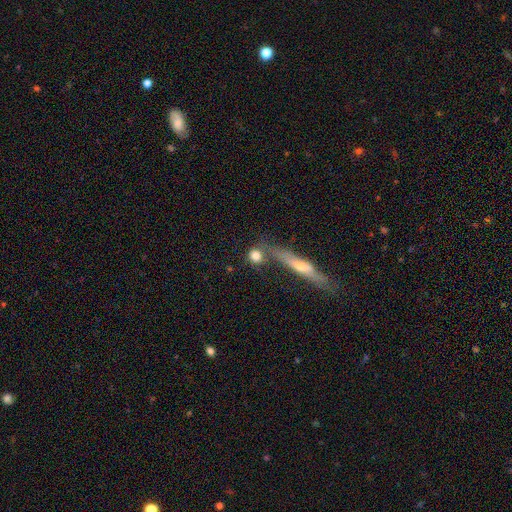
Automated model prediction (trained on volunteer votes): Smooth or featured? Predicted: smooth (p=0.75). How rounded? Predicted: round (p=0.78). Merging? Predicted: none (p=0.62).